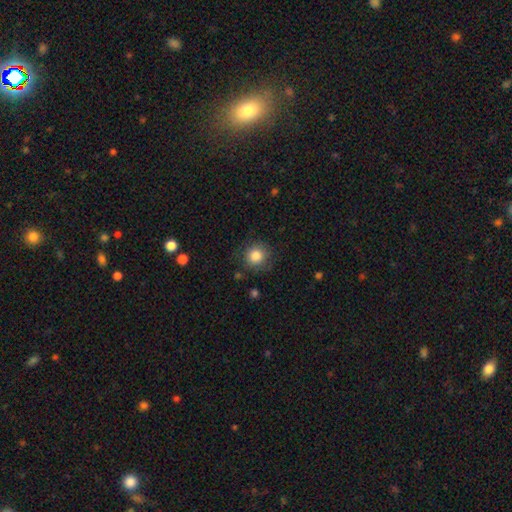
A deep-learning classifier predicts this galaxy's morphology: The model was most divided on "merging": none: 83%, minor disturbance: 11%, major disturbance: 4%, merger: 2%. More confident: how rounded — round (92%); smooth or featured — smooth (85%).